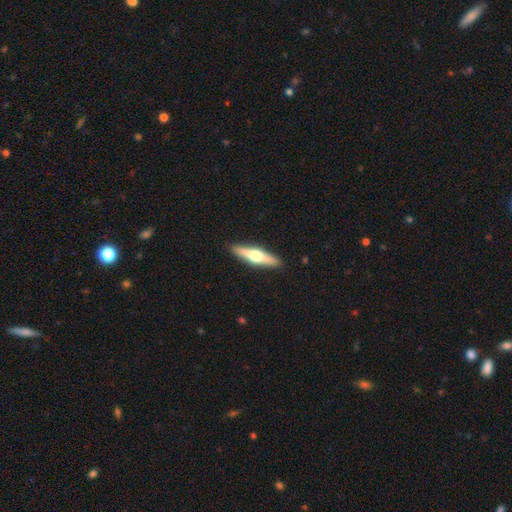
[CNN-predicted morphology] A featured or disk galaxy (59%) viewed edge-on (96%) with a rounded central bulge (94%). Merging: none (91%).